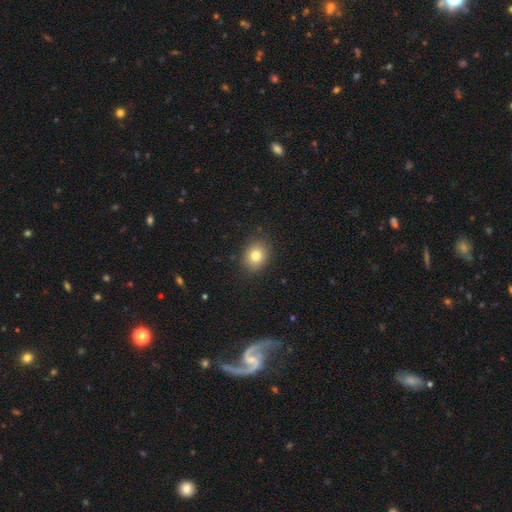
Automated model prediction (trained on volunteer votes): Q: Smooth or featured?
A: smooth (79%); runner-up: star or artifact (11%)
Q: How rounded?
A: round (57%); runner-up: in between (42%)
Q: Merging?
A: none (88%); runner-up: minor disturbance (9%)